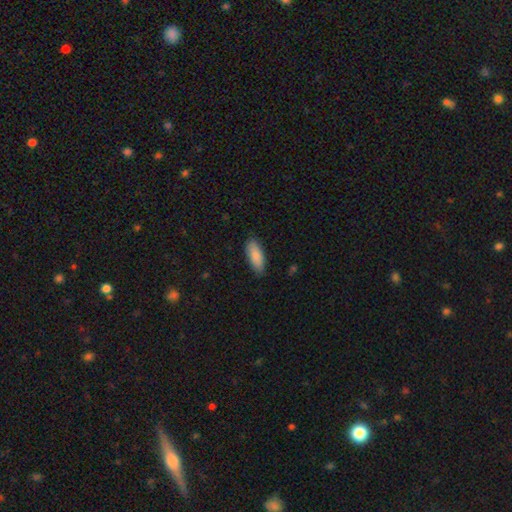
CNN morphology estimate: This appears to be a smooth galaxy with no disk features (88%) that is in between round and cigar-shaped (76%). Merging: none (86%).